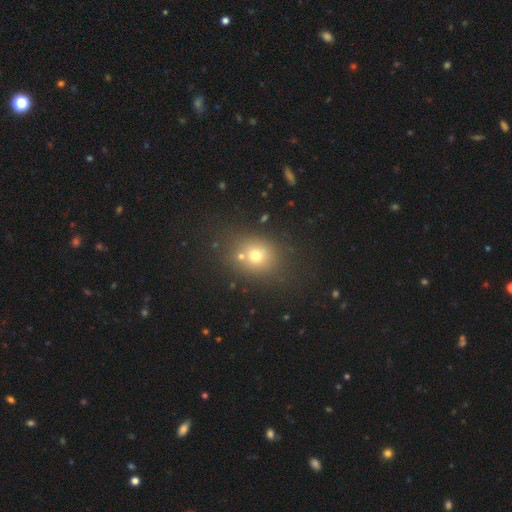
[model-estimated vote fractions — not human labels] Smooth or featured: smooth — 68% (star or artifact — 18%)
How rounded: round — 68% (in between — 31%)
Merging: none — 67% (merger — 17%)